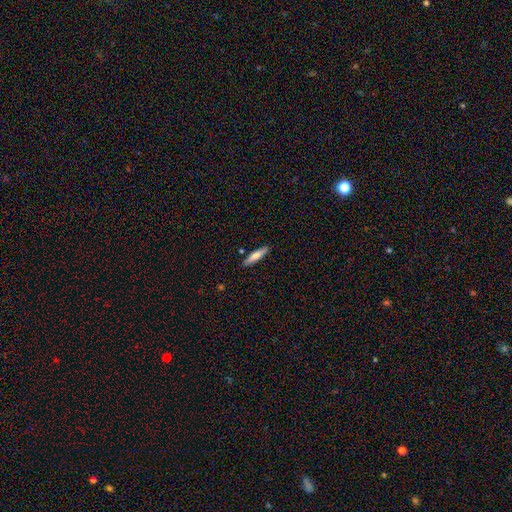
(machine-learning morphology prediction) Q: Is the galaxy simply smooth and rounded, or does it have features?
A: smooth — 66%.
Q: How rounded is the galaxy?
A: cigar-shaped — 81%.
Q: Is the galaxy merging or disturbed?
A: none — 88%.